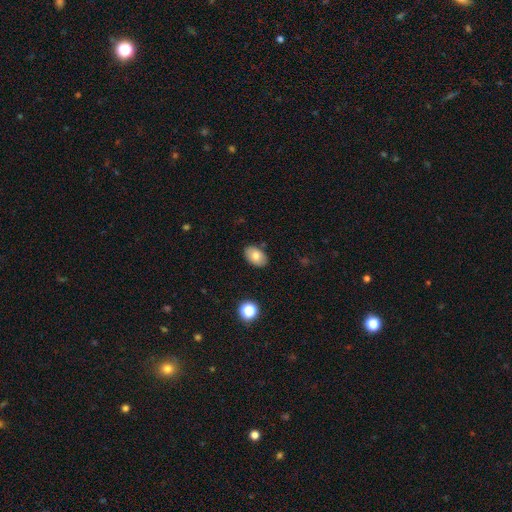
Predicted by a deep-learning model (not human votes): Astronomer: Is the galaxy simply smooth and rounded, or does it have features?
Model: smooth — 79%.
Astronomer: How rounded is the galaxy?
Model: in between — 89%.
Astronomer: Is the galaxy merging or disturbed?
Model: none — 86%.